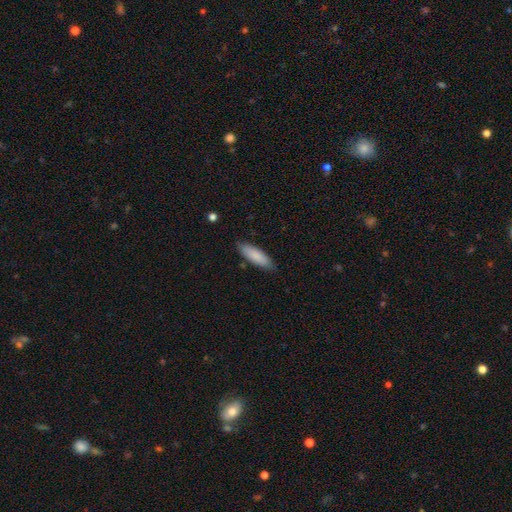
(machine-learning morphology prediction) Overall: smooth (85%). How rounded: cigar-shaped (51%; in between 48%). Merging: none (84%).